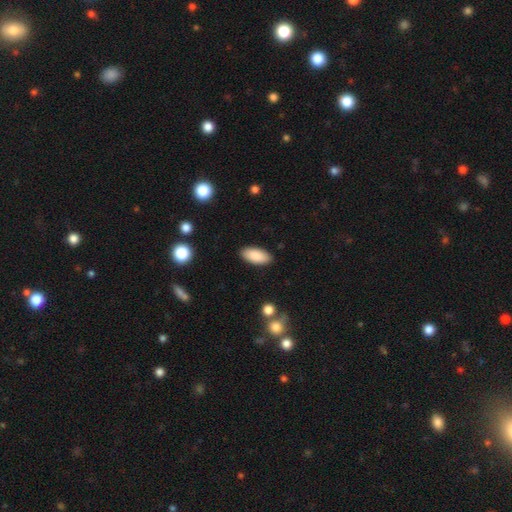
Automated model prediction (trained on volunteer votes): Overall: smooth (89%). How rounded: in between (91%). Merging: none (89%).